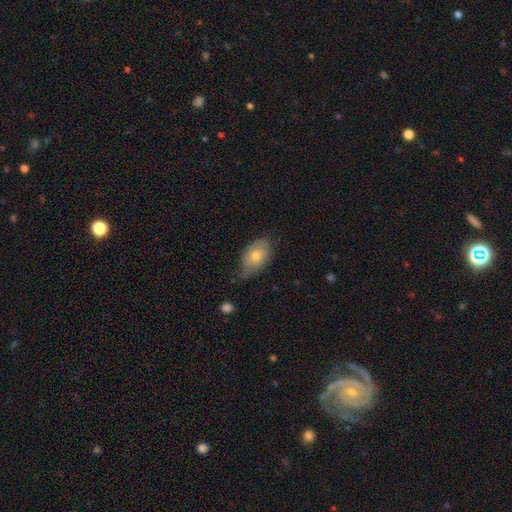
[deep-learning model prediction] Smooth or featured?
  - smooth: 70% *
  - featured or disk: 22%
  - star or artifact: 8%
How rounded?
  - in between: 89% *
  - round: 9%
  - cigar-shaped: 2%
Merging?
  - none: 51% *
  - minor disturbance: 38%
  - major disturbance: 9%
  - merger: 2%